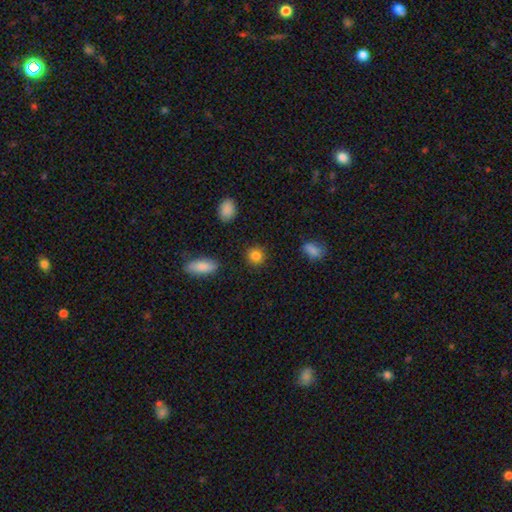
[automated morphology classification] smooth_or_featured: smooth (p=0.85) [alt: star or artifact p=0.09]
how_rounded: round (p=0.87) [alt: in between p=0.12]
merging: none (p=0.88) [alt: minor disturbance p=0.07]